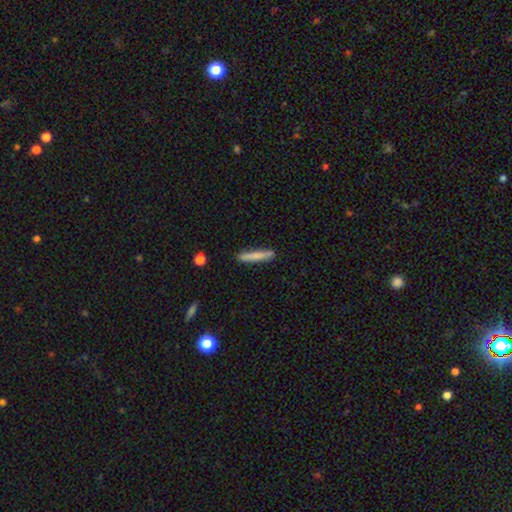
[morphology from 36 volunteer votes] smooth 75%, featured or disk 19%, star or artifact 6%. Down the decision tree: how rounded — cigar-shaped (93%); merging — none (82%).